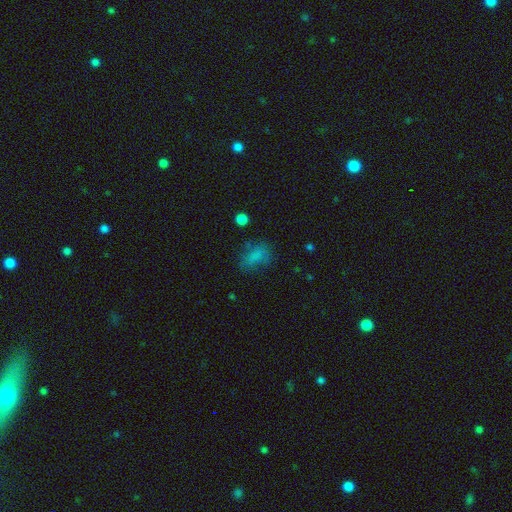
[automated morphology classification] Smooth or featured? Predicted: smooth (p=0.74). How rounded? Predicted: in between (p=0.79). Merging? Predicted: none (p=0.54).